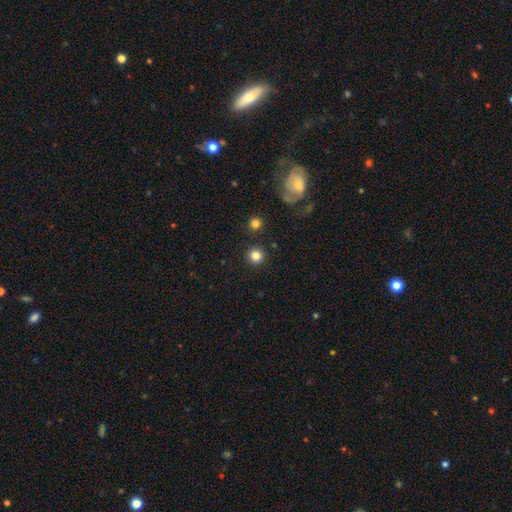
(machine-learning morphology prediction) Smooth or featured? Predicted: smooth (p=0.83). How rounded? Predicted: round (p=0.95). Merging? Predicted: none (p=0.91).